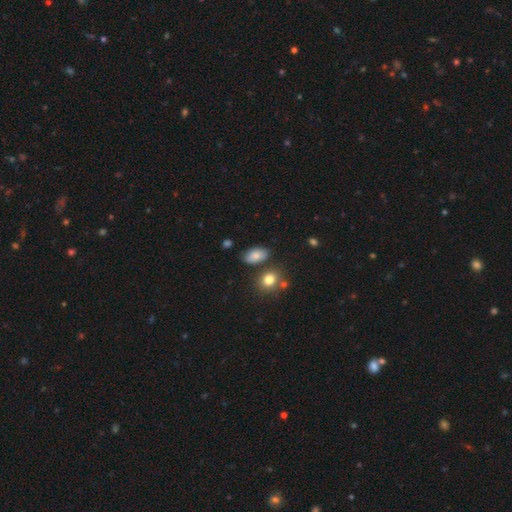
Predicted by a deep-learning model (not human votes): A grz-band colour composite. It shows a smooth galaxy with no disk features (81%) that is in between round and cigar-shaped (90%). Merging: none (73%).